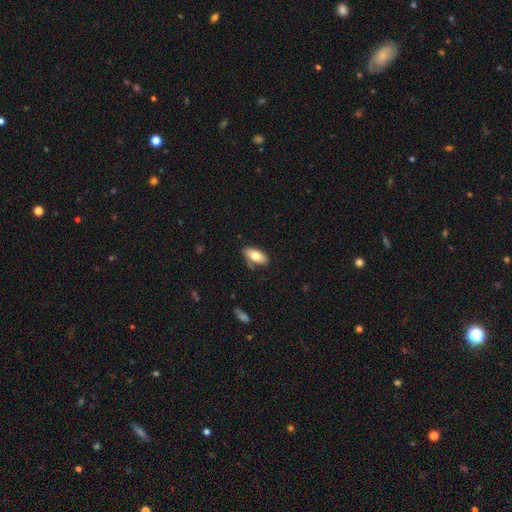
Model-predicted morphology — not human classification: Smooth or featured: smooth — 75% (featured or disk — 18%)
How rounded: in between — 89% (cigar-shaped — 8%)
Merging: none — 73% (minor disturbance — 19%)